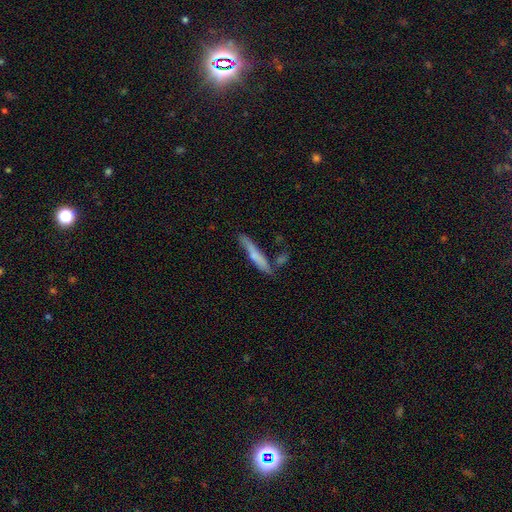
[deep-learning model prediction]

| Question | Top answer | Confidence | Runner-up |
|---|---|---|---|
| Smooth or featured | smooth | 60% | featured or disk (34%) |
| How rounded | cigar-shaped | 92% | in between (7%) |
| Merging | none | 66% | minor disturbance (19%) |